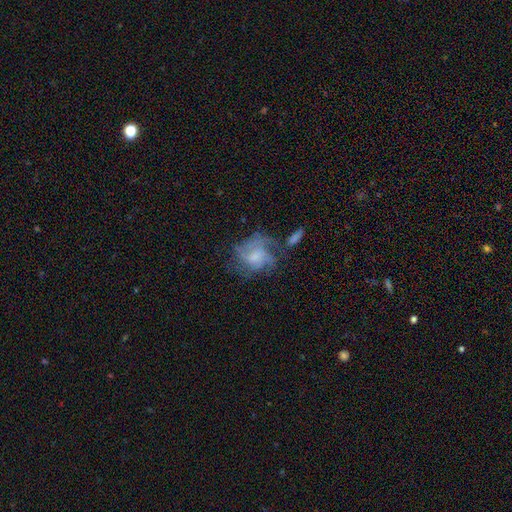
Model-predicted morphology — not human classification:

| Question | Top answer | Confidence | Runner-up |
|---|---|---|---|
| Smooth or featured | featured or disk | 61% | smooth (29%) |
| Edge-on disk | no | 97% | yes (3%) |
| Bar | no | 65% | weak (31%) |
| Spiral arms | yes | 73% | no (27%) |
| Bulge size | moderate | 37% | small (31%) |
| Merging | none | 41% | major disturbance (28%) |